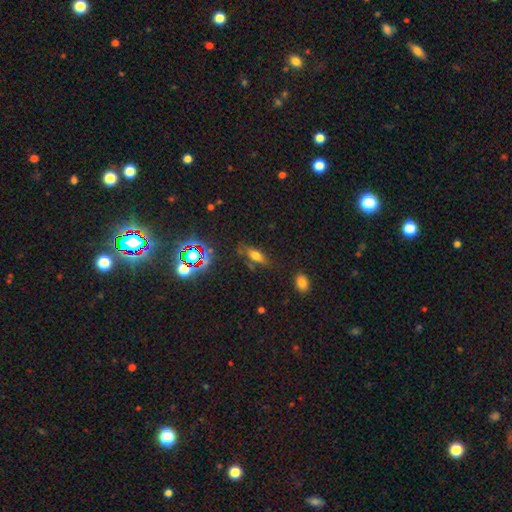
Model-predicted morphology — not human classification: Smooth or featured?
  - smooth: 63% *
  - star or artifact: 20%
  - featured or disk: 17%
How rounded?
  - in between: 70% *
  - cigar-shaped: 24%
  - round: 6%
Merging?
  - none: 72% *
  - minor disturbance: 17%
  - major disturbance: 6%
  - merger: 4%